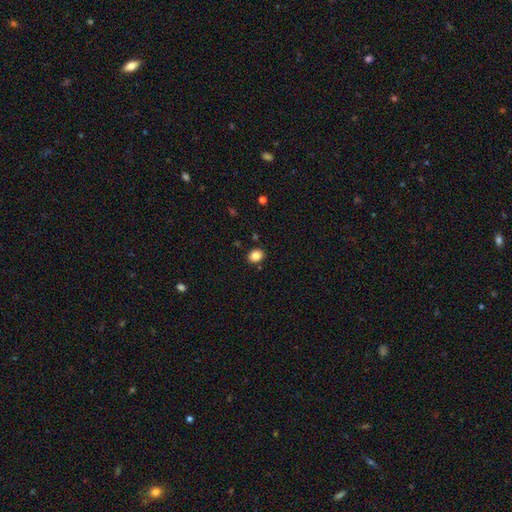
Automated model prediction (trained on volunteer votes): A smooth galaxy with no disk features (85%) that is in between round and cigar-shaped (50%). Merging: none (87%).